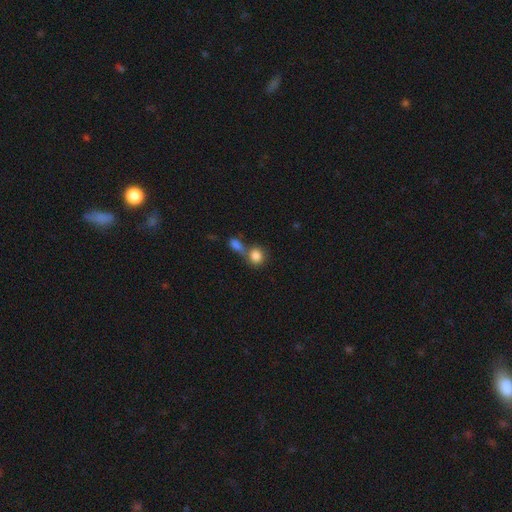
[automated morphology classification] Smooth or featured? smooth (85%)
How rounded? round (72%)
Merging? merger (50%)